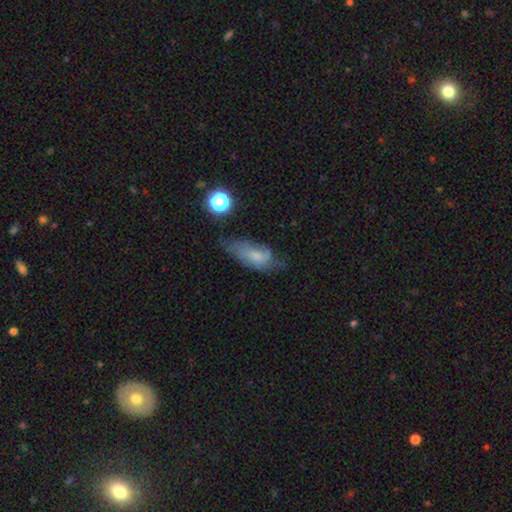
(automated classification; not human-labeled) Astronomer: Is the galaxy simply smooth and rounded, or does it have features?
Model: smooth — 53% (runner-up: featured or disk, 36%).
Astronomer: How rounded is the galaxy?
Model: in between — 80%.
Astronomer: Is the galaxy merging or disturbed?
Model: none — 40% (runner-up: minor disturbance, 34%).